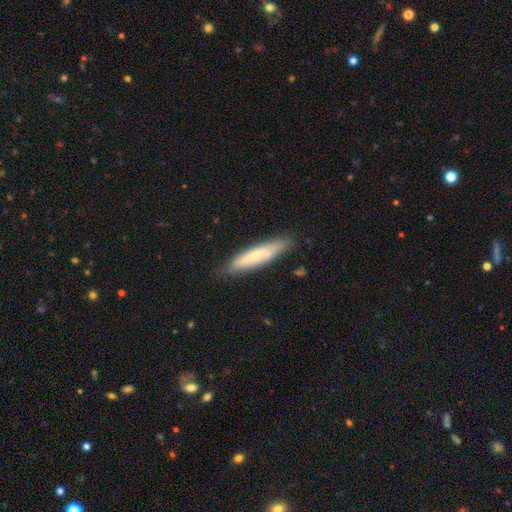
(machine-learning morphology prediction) This is possibly a smooth galaxy (58%). How rounded: clearly cigar-shaped (84%). Merging: clearly none (80%).